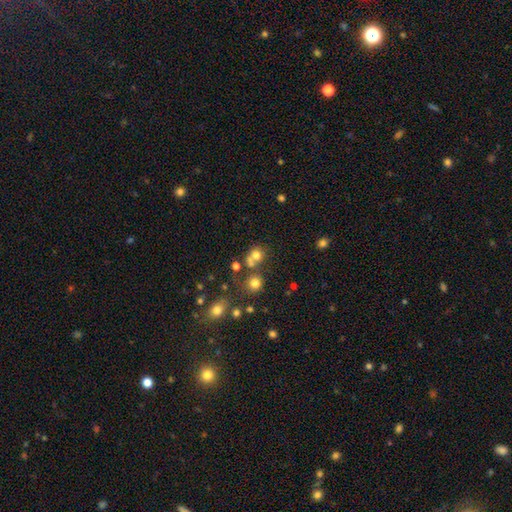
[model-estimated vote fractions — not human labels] Smooth or featured: smooth — 71% (star or artifact — 17%)
How rounded: round — 79% (in between — 20%)
Merging: none — 48% (merger — 36%)